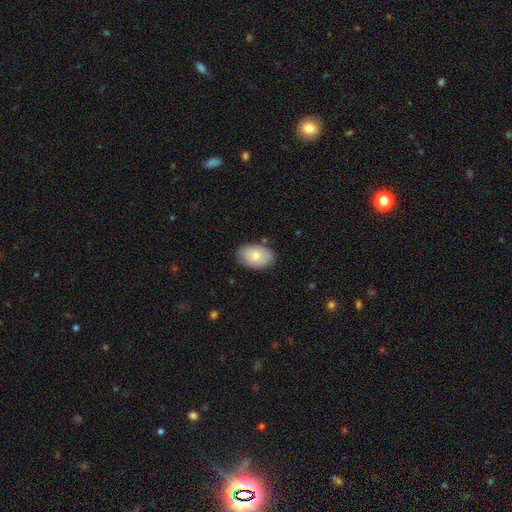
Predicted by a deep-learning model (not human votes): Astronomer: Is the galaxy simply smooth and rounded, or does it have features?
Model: smooth — 78%.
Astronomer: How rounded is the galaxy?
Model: in between — 89%.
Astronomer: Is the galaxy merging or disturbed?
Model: none — 83%.